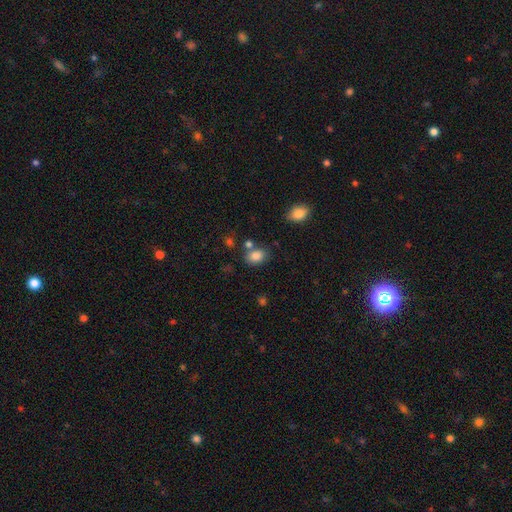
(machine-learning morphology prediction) This is clearly a smooth galaxy (84%). How rounded: likely in between (70%). Merging: likely none (67%).